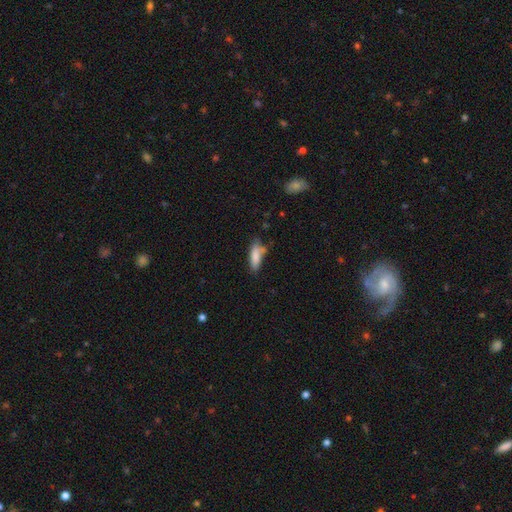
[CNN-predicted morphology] Smooth or featured? smooth (82%)
How rounded? in between (53%)
Merging? none (55%)